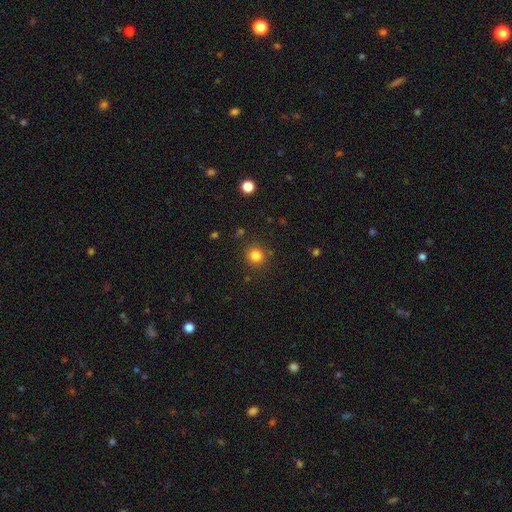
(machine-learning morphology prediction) smooth-or-featured: smooth: 82% | star or artifact: 13% | featured or disk: 5%
  how-rounded: round: 92% | in between: 7% | cigar-shaped: 1%
  merging: none: 88% | minor disturbance: 7% | major disturbance: 3% | merger: 2%